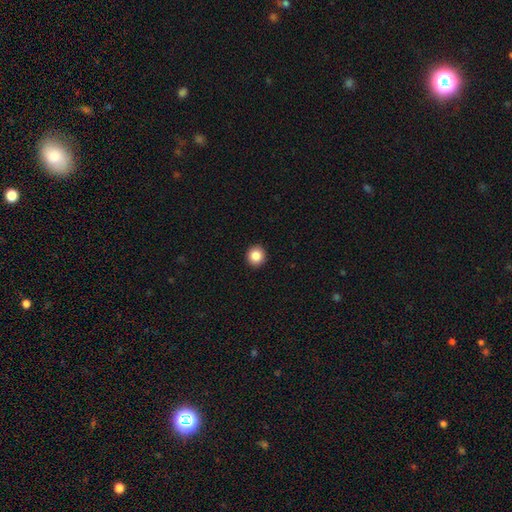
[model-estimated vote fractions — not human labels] Smooth or featured?
  - smooth: 87% *
  - star or artifact: 9%
  - featured or disk: 4%
How rounded?
  - round: 93% *
  - in between: 6%
  - cigar-shaped: 1%
Merging?
  - none: 93% *
  - minor disturbance: 4%
  - major disturbance: 1%
  - merger: 1%